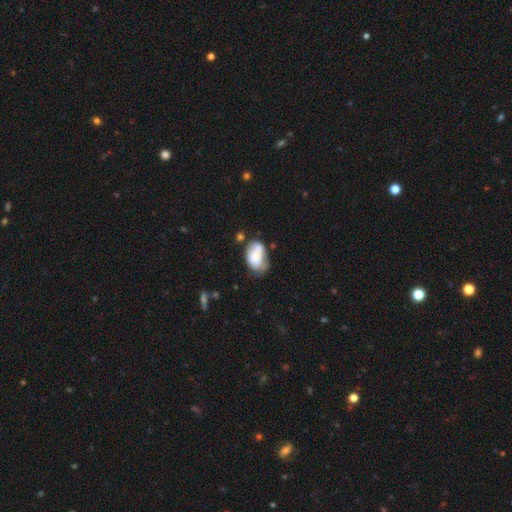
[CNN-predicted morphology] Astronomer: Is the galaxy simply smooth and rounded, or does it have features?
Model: smooth — 68%.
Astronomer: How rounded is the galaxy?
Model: in between — 88%.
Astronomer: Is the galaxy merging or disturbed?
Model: none — 36% (runner-up: minor disturbance, 35%).